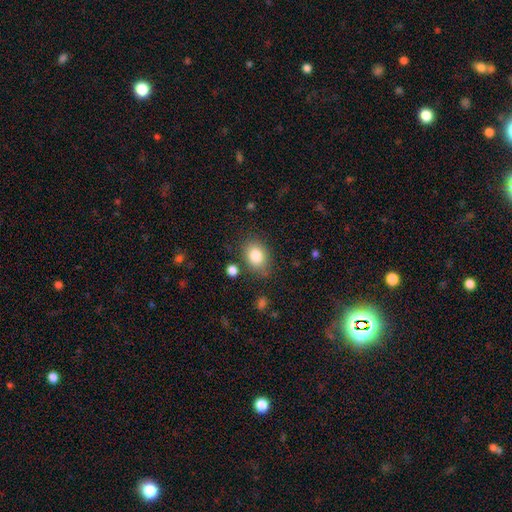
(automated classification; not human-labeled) smooth 83%, star or artifact 9%, featured or disk 9%. Down the decision tree: how rounded — in between (66%); merging — none (78%).